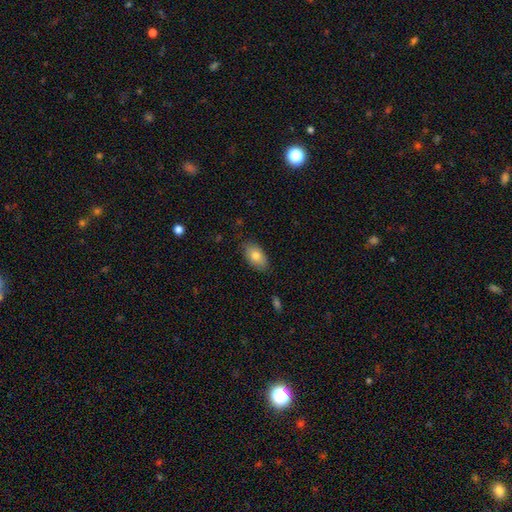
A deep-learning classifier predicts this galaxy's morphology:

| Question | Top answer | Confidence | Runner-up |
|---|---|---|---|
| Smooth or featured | smooth | 78% | featured or disk (15%) |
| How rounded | in between | 92% | round (6%) |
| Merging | none | 82% | minor disturbance (14%) |